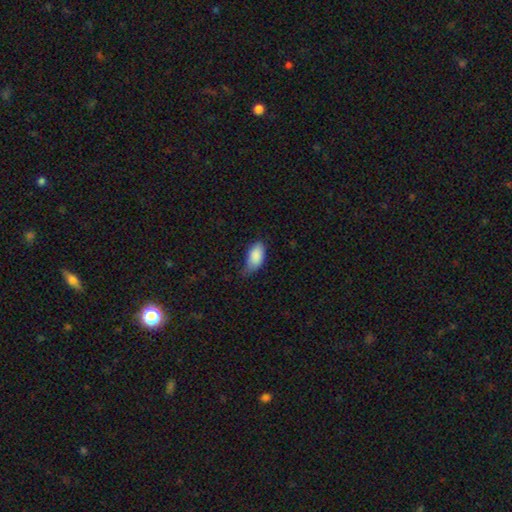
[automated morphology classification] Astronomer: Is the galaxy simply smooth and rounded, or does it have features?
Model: smooth — 88%.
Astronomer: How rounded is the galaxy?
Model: in between — 94%.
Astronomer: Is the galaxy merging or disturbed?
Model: none — 50% (runner-up: minor disturbance, 40%).